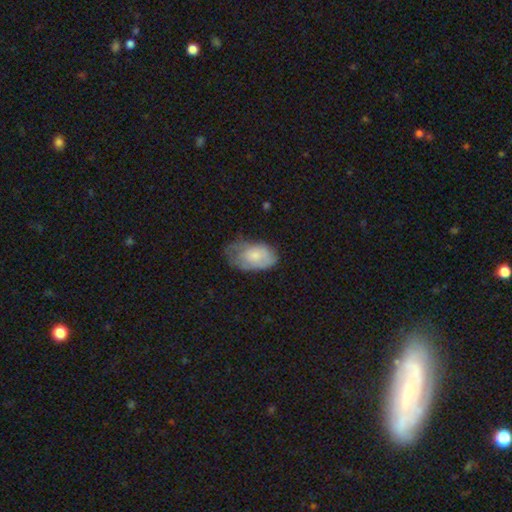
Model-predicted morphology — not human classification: Overall: smooth (67%). How rounded: in between (91%). Merging: minor disturbance (40%; none 38%).